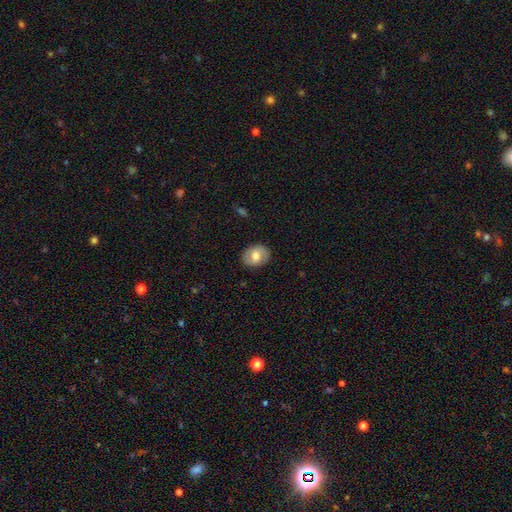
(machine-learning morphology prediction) type=smooth (64%); roundness=in between (58%); merging=none (86%).